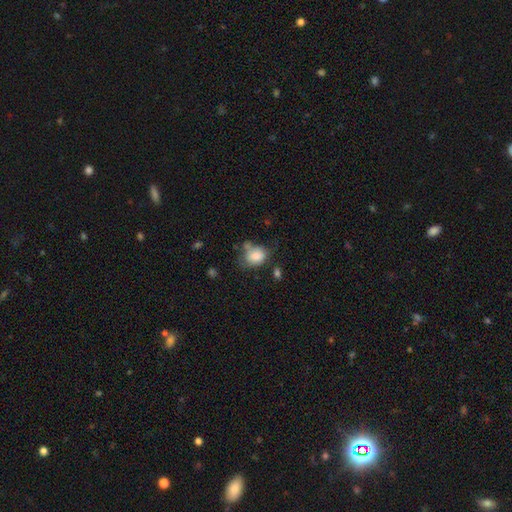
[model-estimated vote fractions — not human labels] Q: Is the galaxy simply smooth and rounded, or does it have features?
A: smooth — 81%.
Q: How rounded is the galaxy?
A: in between — 59%.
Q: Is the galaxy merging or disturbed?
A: none — 43%.